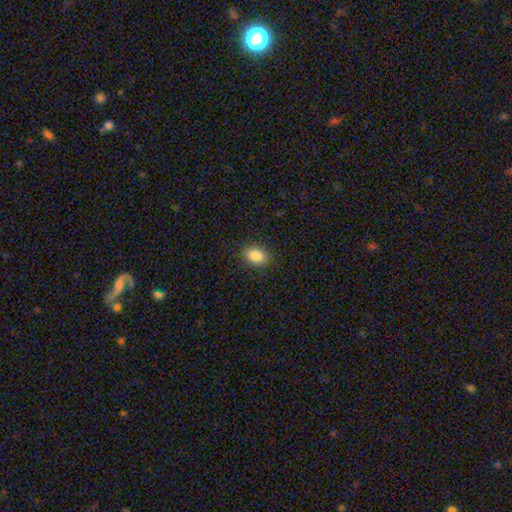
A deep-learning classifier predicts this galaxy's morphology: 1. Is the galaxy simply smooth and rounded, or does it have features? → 85% smooth, 9% star or artifact, 5% featured or disk.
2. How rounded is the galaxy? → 73% in between, 26% round, 1% cigar-shaped.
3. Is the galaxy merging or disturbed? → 88% none, 9% minor disturbance, 2% major disturbance, 1% merger.